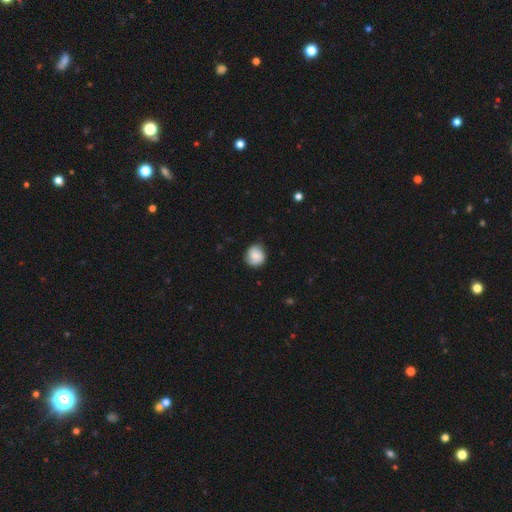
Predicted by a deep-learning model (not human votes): The model was most divided on "merging": none: 74%, minor disturbance: 21%, major disturbance: 4%, merger: 1%. More confident: how rounded — round (88%); smooth or featured — smooth (77%).